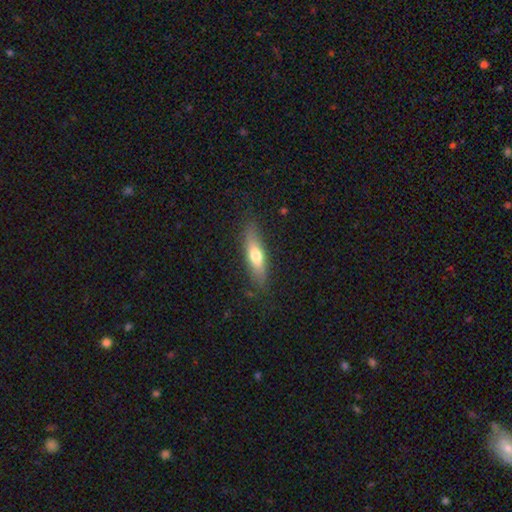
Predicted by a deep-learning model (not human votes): Smooth or featured: smooth — 62% (featured or disk — 31%)
How rounded: cigar-shaped — 63% (in between — 35%)
Merging: none — 82% (minor disturbance — 13%)